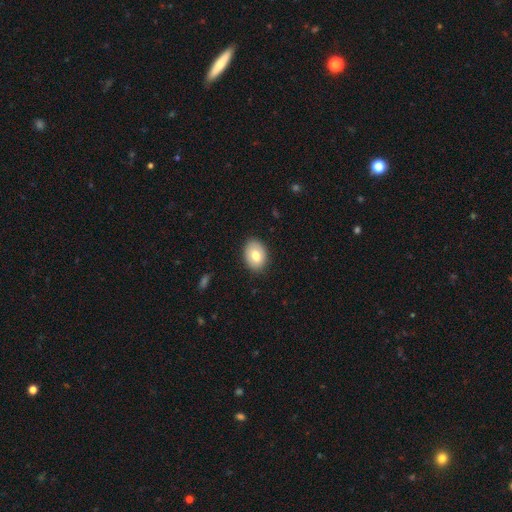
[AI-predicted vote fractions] Smooth or featured? smooth (75%)
How rounded? in between (76%)
Merging? none (86%)